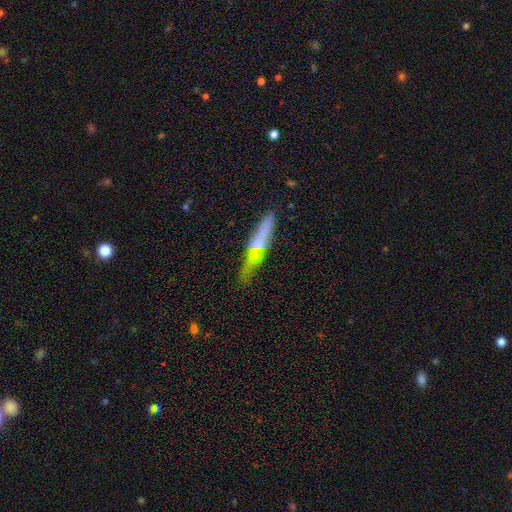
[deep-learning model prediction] Smooth or featured?
  - smooth: 51% *
  - featured or disk: 37%
  - star or artifact: 12%
How rounded?
  - cigar-shaped: 72% *
  - in between: 21%
  - round: 7%
Merging?
  - none: 66% *
  - merger: 15%
  - minor disturbance: 14%
  - major disturbance: 6%